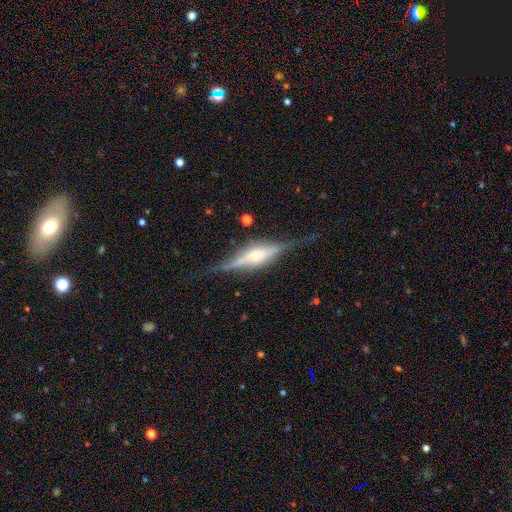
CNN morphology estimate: Smooth or featured? featured or disk (81%)
Edge-on disk? yes (97%)
Edge-on bulge? rounded (71%)
Merging? none (80%)